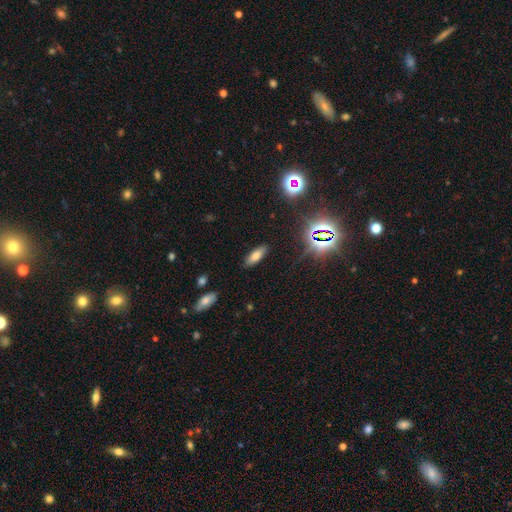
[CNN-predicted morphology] A smooth galaxy with no disk features (71%) that is in between round and cigar-shaped (66%).

Vote fractions:
- Smooth or featured? smooth: 71% / star or artifact: 15% / featured or disk: 13%
- How rounded? in between: 66% / cigar-shaped: 31% / round: 3%
- Merging? none: 86% / minor disturbance: 10% / major disturbance: 3% / merger: 1%